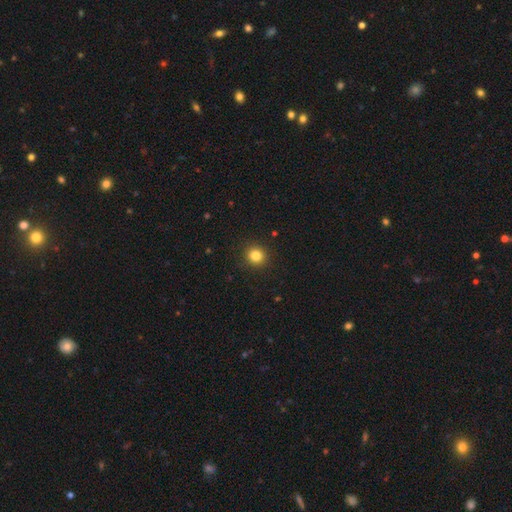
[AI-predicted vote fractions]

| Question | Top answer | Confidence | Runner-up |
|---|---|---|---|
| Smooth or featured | smooth | 83% | star or artifact (12%) |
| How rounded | round | 89% | in between (10%) |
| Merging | none | 92% | minor disturbance (5%) |